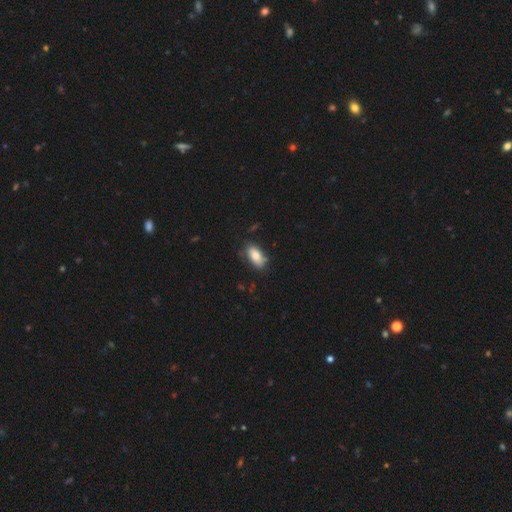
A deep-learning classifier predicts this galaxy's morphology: This is clearly a smooth galaxy (82%). How rounded: clearly in between (90%). Merging: likely none (71%).